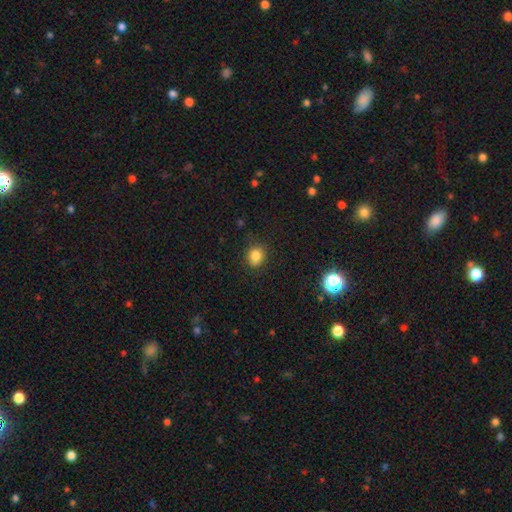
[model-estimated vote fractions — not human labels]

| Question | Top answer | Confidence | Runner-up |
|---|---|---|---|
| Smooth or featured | smooth | 82% | star or artifact (12%) |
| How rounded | round | 65% | in between (34%) |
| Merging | none | 80% | minor disturbance (15%) |